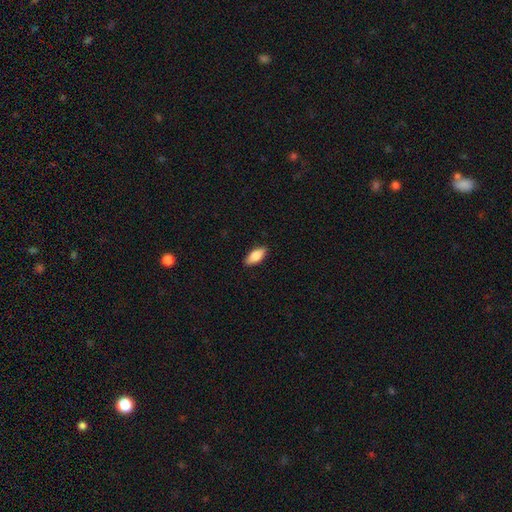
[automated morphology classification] This is clearly a smooth galaxy (85%). How rounded: clearly in between (85%). Merging: clearly none (88%).